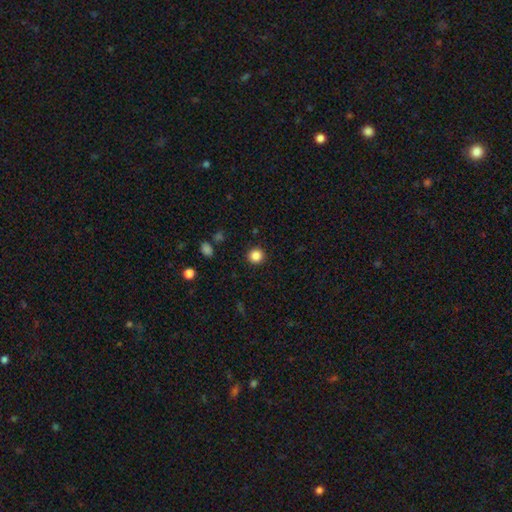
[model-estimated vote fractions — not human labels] smooth-or-featured: smooth: 85% | star or artifact: 11% | featured or disk: 4%
  how-rounded: round: 94% | in between: 5% | cigar-shaped: 1%
  merging: none: 92% | minor disturbance: 5% | major disturbance: 2% | merger: 1%